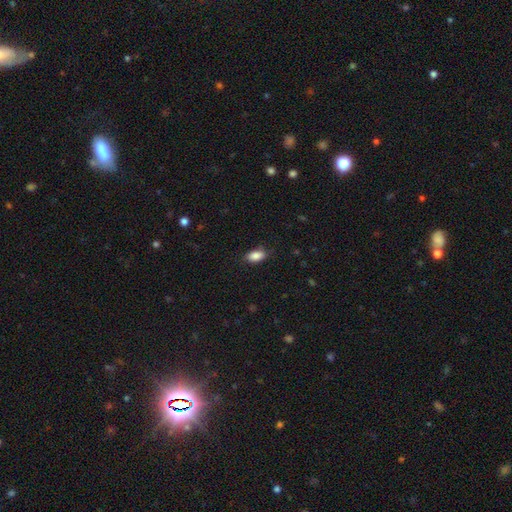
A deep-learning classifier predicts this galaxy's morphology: smooth_or_featured: smooth (p=0.87) [alt: star or artifact p=0.08]
how_rounded: in between (p=0.91) [alt: round p=0.05]
merging: none (p=0.81) [alt: minor disturbance p=0.14]